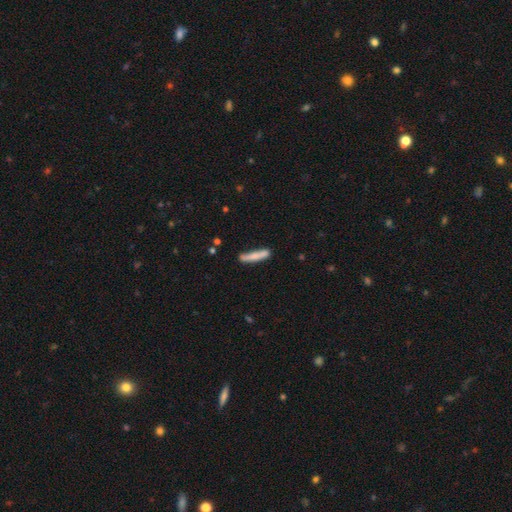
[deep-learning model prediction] The model was most divided on "merging": none: 72%, minor disturbance: 19%, merger: 5%, major disturbance: 4%. More confident: how rounded — cigar-shaped (90%); smooth or featured — smooth (76%).